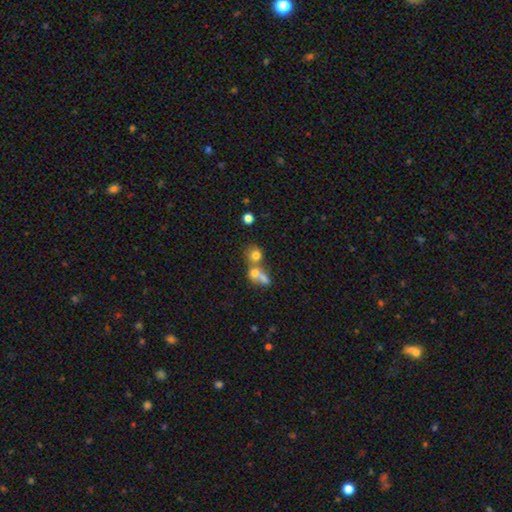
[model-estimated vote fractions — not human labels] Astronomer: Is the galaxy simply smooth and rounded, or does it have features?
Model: smooth — 72%.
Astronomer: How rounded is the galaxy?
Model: round — 78%.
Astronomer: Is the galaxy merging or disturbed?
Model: merger — 53% (runner-up: none, 35%).